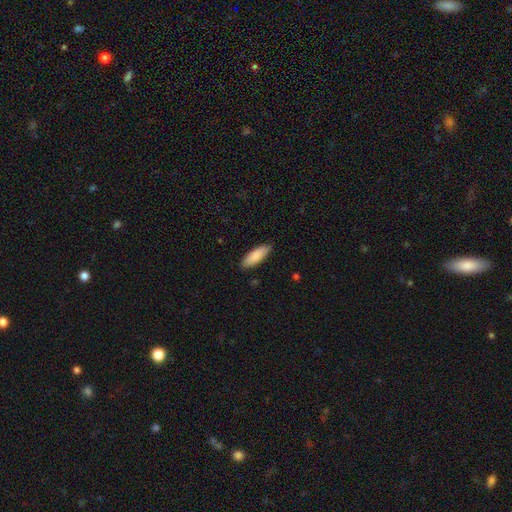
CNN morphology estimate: Q: Smooth or featured?
A: smooth (85%); runner-up: featured or disk (10%)
Q: How rounded?
A: in between (56%); runner-up: cigar-shaped (42%)
Q: Merging?
A: none (88%); runner-up: minor disturbance (10%)